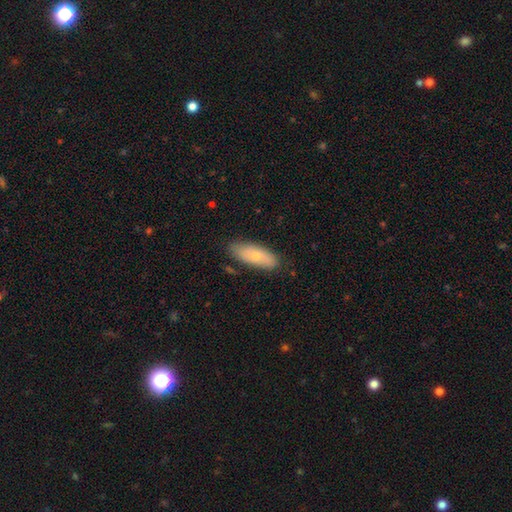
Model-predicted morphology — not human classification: A smooth galaxy with no disk features (65%) that is in between round and cigar-shaped (74%).

Vote fractions:
- Smooth or featured? smooth: 65% / featured or disk: 29% / star or artifact: 6%
- How rounded? in between: 74% / cigar-shaped: 24% / round: 3%
- Merging? none: 81% / minor disturbance: 15% / major disturbance: 3% / merger: 2%